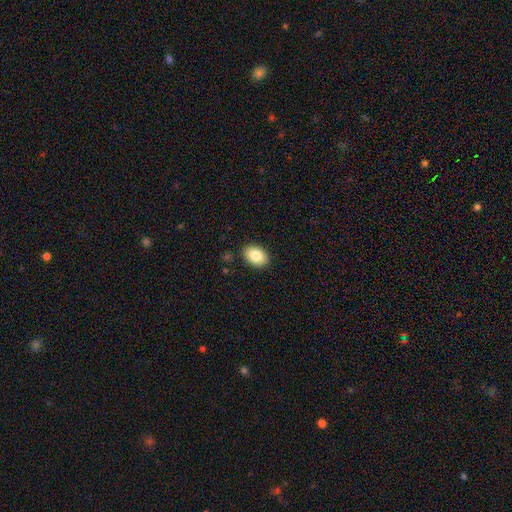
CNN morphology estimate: Overall: smooth (84%). How rounded: in between (83%). Merging: none (89%).